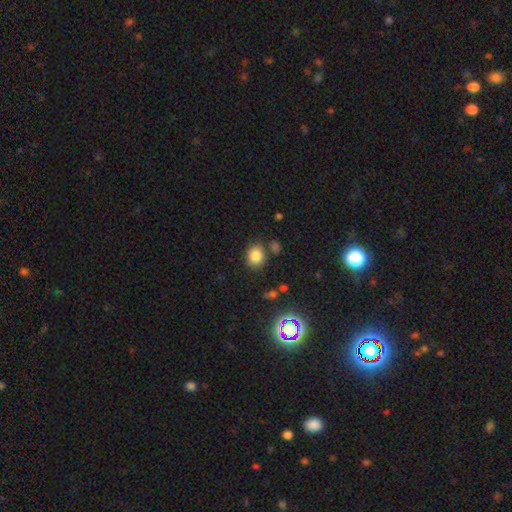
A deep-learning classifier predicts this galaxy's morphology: Q: Smooth or featured?
A: smooth (81%); runner-up: star or artifact (12%)
Q: How rounded?
A: round (64%); runner-up: in between (35%)
Q: Merging?
A: none (76%); runner-up: minor disturbance (12%)